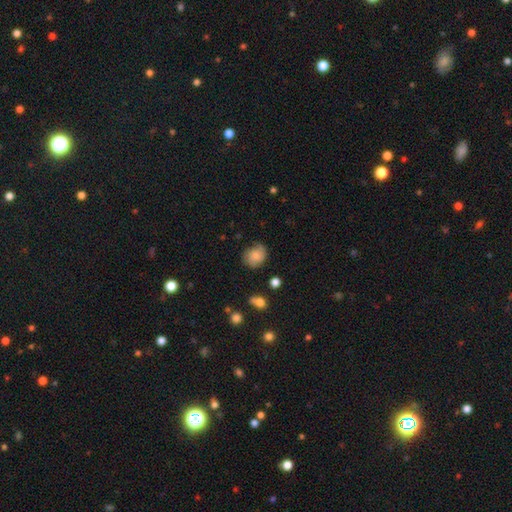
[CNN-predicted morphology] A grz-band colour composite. It shows a smooth galaxy with no disk features (71%) that is round (62%). Merging: none (68%).